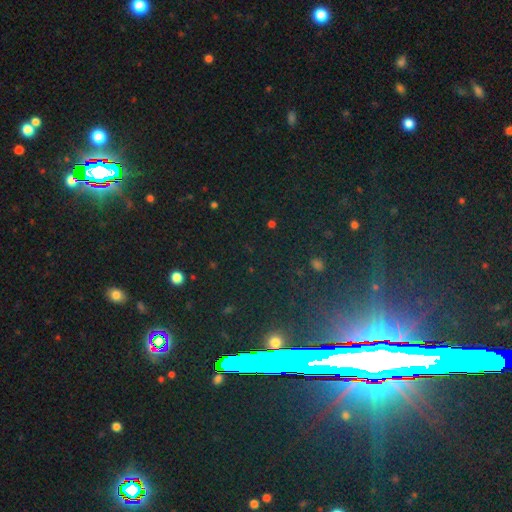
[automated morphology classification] Q: Smooth or featured?
A: star or artifact (84%); runner-up: smooth (8%)